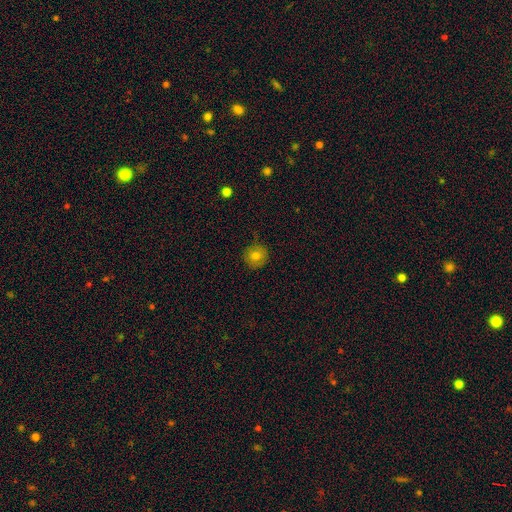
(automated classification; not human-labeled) A smooth galaxy with no disk features (77%) that is round (93%).

Vote fractions:
- Smooth or featured? smooth: 77% / featured or disk: 13% / star or artifact: 11%
- How rounded? round: 93% / in between: 6% / cigar-shaped: 1%
- Merging? none: 84% / minor disturbance: 12% / major disturbance: 2% / merger: 1%